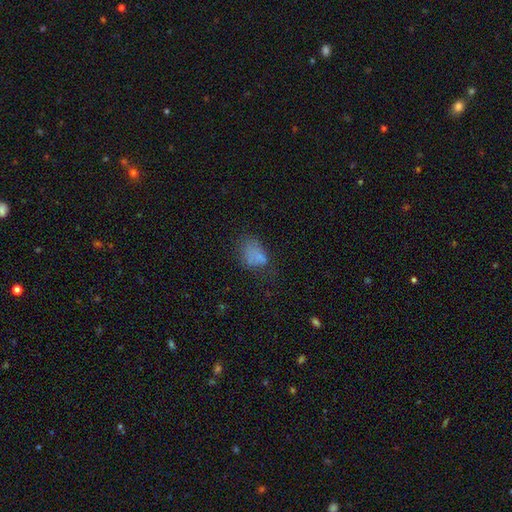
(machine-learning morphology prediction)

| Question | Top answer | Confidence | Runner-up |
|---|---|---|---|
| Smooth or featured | smooth | 66% | featured or disk (18%) |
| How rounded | in between | 78% | round (20%) |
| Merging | none | 40% | major disturbance (27%) |